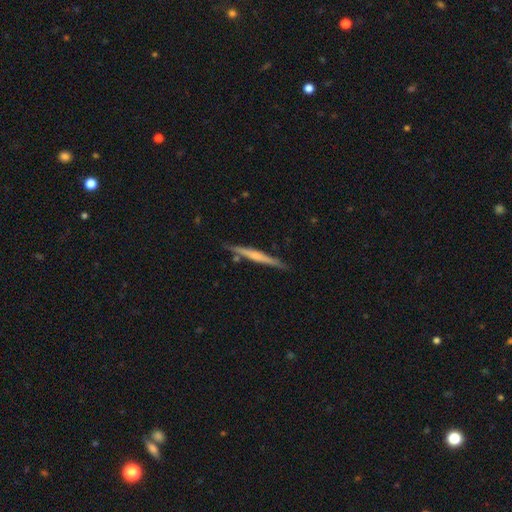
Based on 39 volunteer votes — Smooth or featured? featured or disk (51%)
Edge-on disk? yes (100%)
Edge-on bulge? rounded (65%)
Merging? none (92%)